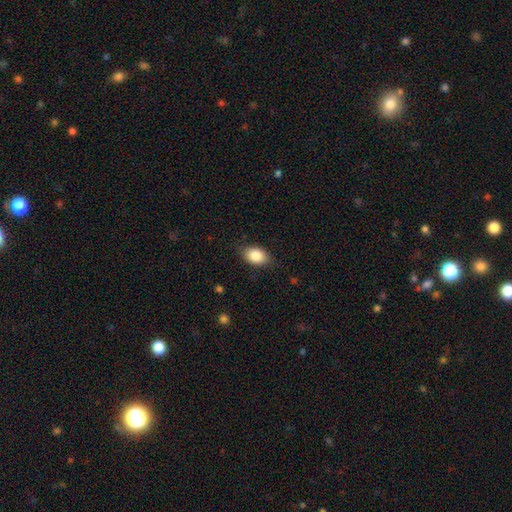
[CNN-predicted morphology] A smooth galaxy with no disk features (85%) that is in between round and cigar-shaped (83%). Merging: none (81%).